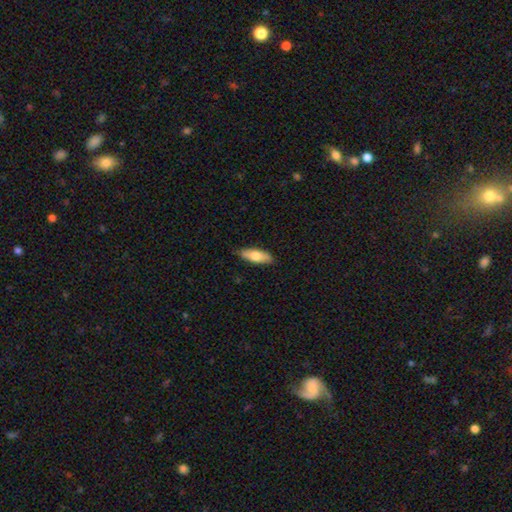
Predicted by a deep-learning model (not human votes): Smooth or featured? Predicted: smooth (p=0.73). How rounded? Predicted: in between (p=0.65). Merging? Predicted: none (p=0.86).